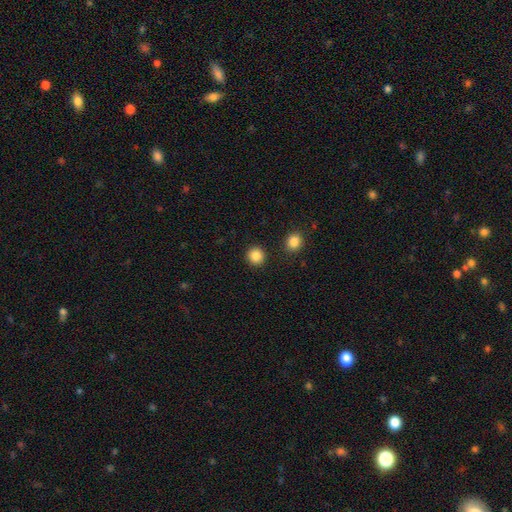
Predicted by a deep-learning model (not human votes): Morphology: type=smooth (86%); roundness=round (93%); merging=none (91%).